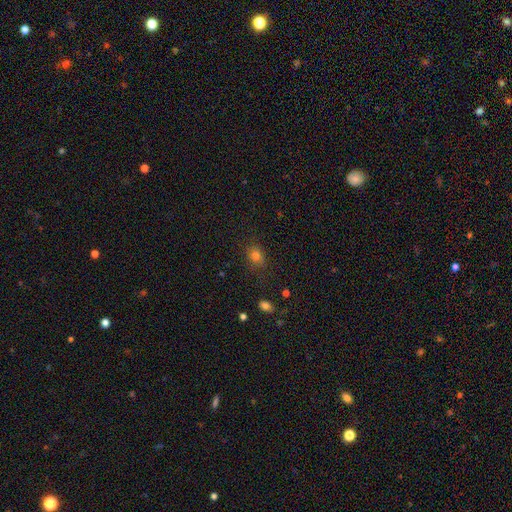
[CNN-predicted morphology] type=smooth (77%); roundness=round (54%); merging=none (81%).